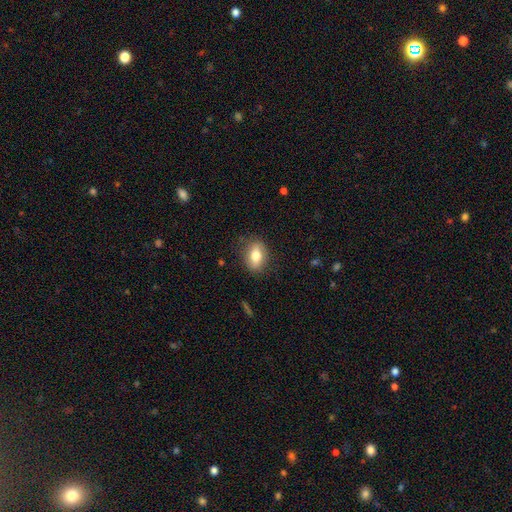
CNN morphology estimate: Smooth or featured? Predicted: smooth (p=0.74). How rounded? Predicted: in between (p=0.78). Merging? Predicted: none (p=0.83).